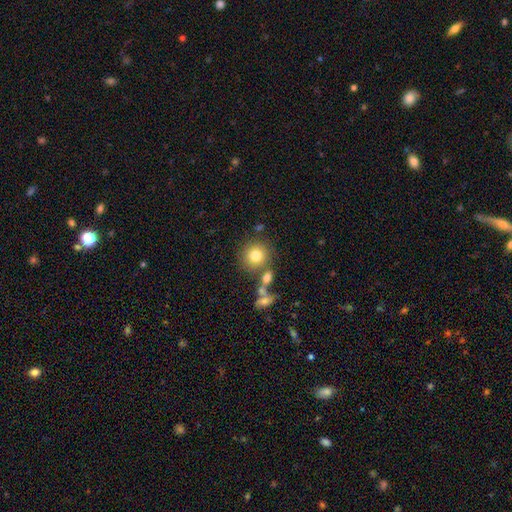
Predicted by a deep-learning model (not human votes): A smooth galaxy with no disk features (77%) that is round (89%). Merging: none (70%).